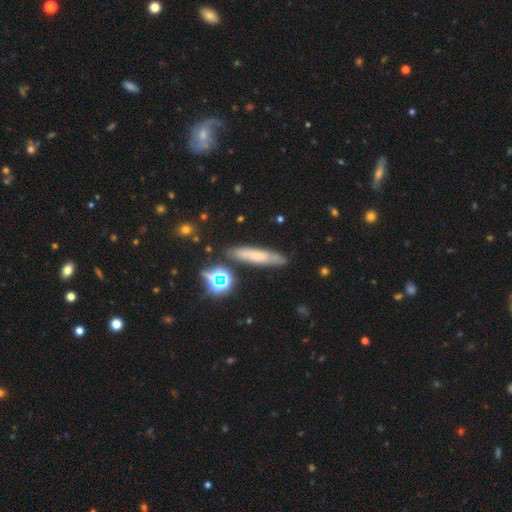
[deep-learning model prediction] This appears to be a smooth galaxy with no disk features (52%) that is cigar-shaped (79%). Merging: none (79%).